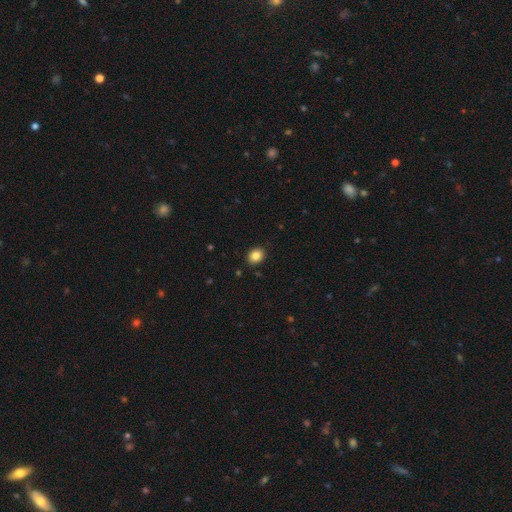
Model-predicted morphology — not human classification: Smooth or featured?
  - smooth: 85% *
  - star or artifact: 10%
  - featured or disk: 5%
How rounded?
  - round: 50% *
  - in between: 49%
  - cigar-shaped: 1%
Merging?
  - none: 90% *
  - minor disturbance: 7%
  - major disturbance: 2%
  - merger: 1%